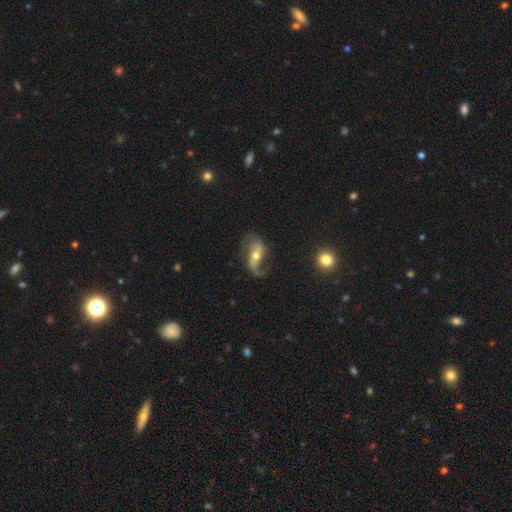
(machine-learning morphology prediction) The model was most divided on "bar": strong: 44%, weak: 32%, no: 24%. More confident: edge-on disk — no (93%); spiral arms — yes (92%); spiral arm count — 2 (83%); smooth or featured — featured or disk (82%); spiral winding — loose (74%); merging — none (60%); bulge size — moderate (55%).